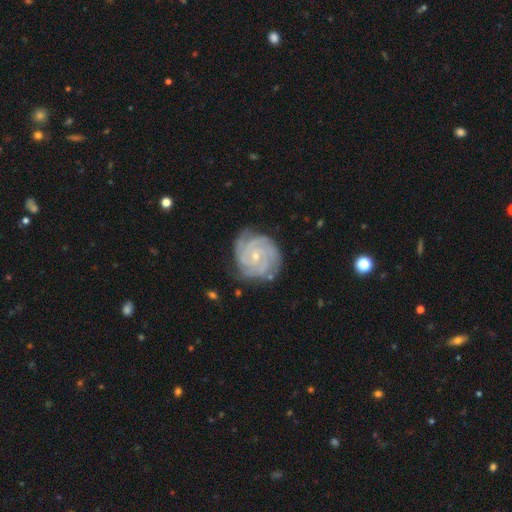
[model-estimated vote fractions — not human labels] A featured or disk galaxy (89%) with no bar (73%), 3 (36%) tight (77%) spiral arms (98%) and a small central bulge (73%). Merging: none (79%).